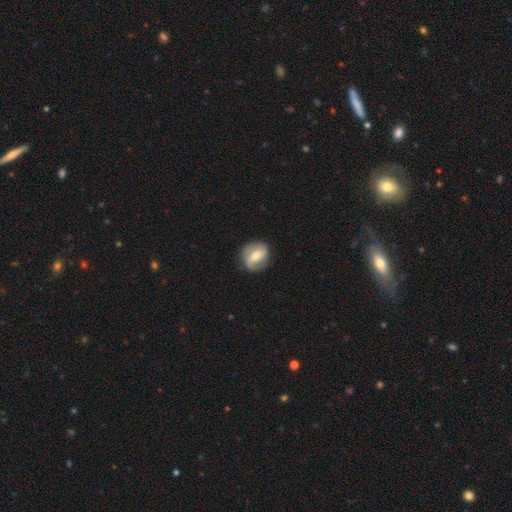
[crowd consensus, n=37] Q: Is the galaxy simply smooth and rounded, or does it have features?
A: featured or disk — 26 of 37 (70%).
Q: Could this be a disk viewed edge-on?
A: no — 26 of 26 (100%).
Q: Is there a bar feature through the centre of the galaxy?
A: weak — 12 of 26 (46%).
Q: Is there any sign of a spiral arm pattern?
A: yes — 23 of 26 (88%).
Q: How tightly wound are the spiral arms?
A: tight — 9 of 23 (39%).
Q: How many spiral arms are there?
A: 2 — 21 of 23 (91%).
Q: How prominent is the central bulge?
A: moderate — 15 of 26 (58%).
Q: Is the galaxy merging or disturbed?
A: none — 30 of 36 (83%).